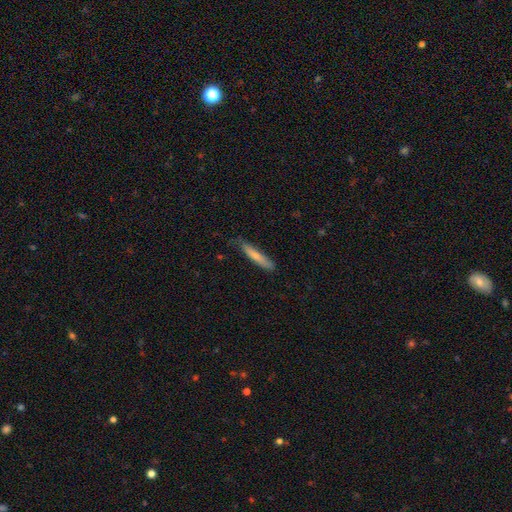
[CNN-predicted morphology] A smooth galaxy with no disk features (70%) that is cigar-shaped (91%). Merging: none (70%).